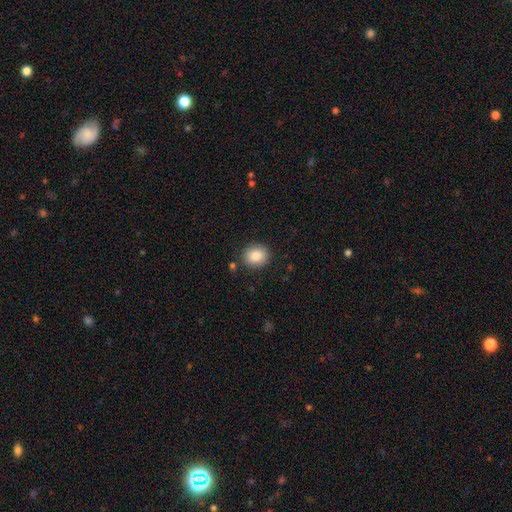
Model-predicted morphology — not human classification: A smooth galaxy with no disk features (84%) that is round (76%).

Vote fractions:
- Smooth or featured? smooth: 84% / star or artifact: 9% / featured or disk: 7%
- How rounded? round: 76% / in between: 23% / cigar-shaped: 1%
- Merging? none: 87% / minor disturbance: 8% / merger: 2% / major disturbance: 2%